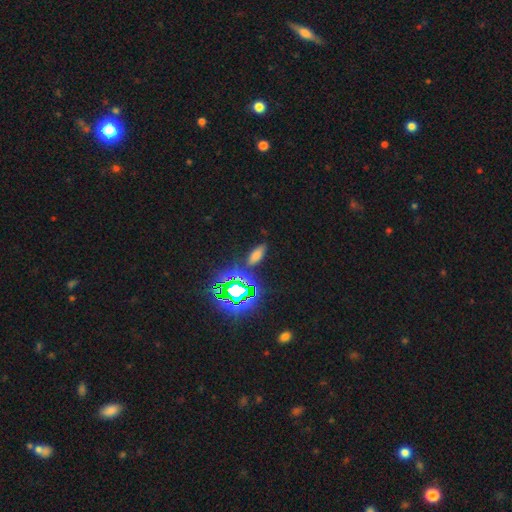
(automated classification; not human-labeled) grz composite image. It shows a smooth galaxy with no disk features (61%) that is in between round and cigar-shaped (75%). Merging: none (81%).